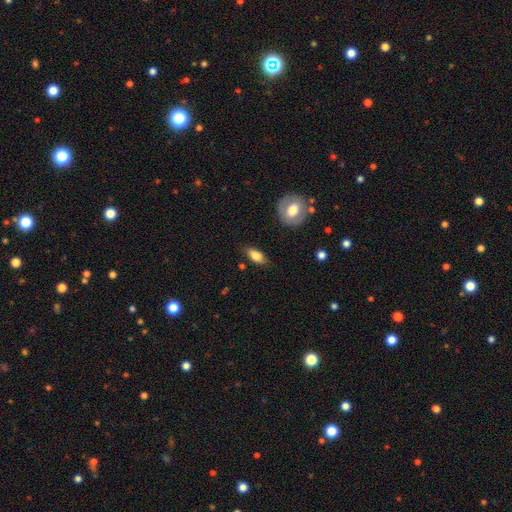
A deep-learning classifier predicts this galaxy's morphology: Smooth or featured?
  - smooth: 78% *
  - featured or disk: 15%
  - star or artifact: 7%
How rounded?
  - in between: 85% *
  - cigar-shaped: 10%
  - round: 5%
Merging?
  - none: 78% *
  - minor disturbance: 16%
  - major disturbance: 4%
  - merger: 2%